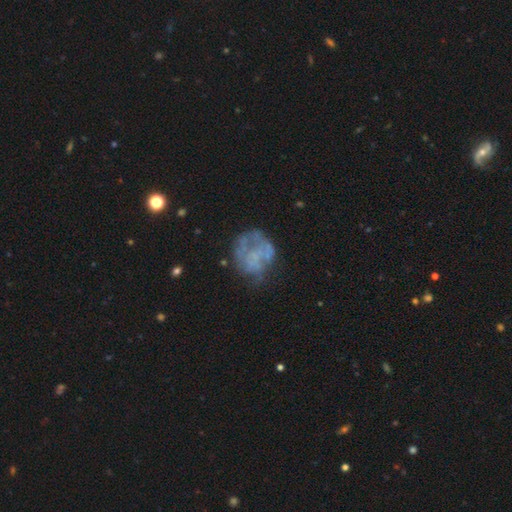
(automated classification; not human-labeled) This is possibly a featured or disk galaxy (58%). It is clearly not viewed edge-on (98%). Bar: clearly no (91%). Spiral arm pattern: clearly no (81%). Central bulge: likely none (80%). Merging: possibly none (48%).